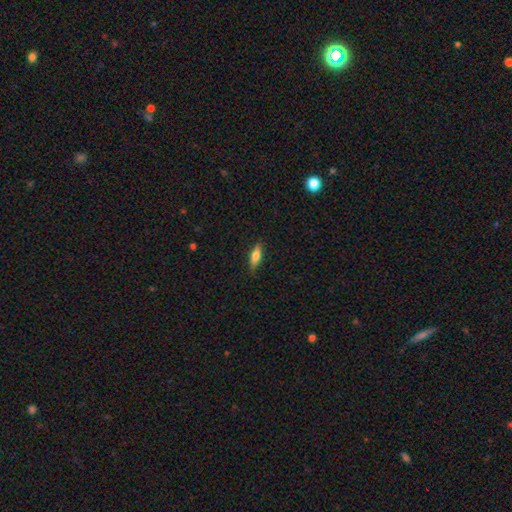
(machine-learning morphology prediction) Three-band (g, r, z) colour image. It shows a smooth galaxy with no disk features (62%) that is in between round and cigar-shaped (51%). Merging: none (84%).